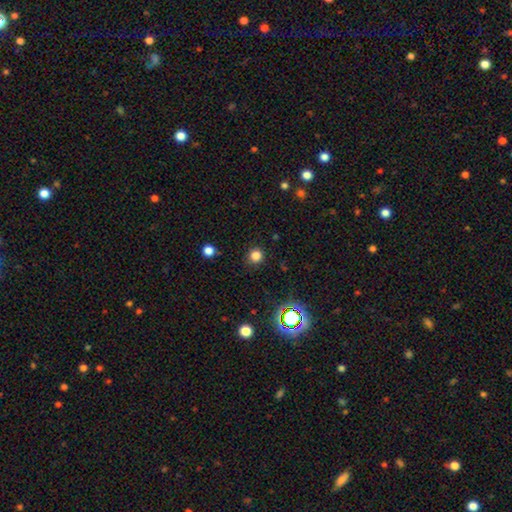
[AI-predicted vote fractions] This appears to be a smooth galaxy with no disk features (79%) that is round (93%). Merging: none (89%).